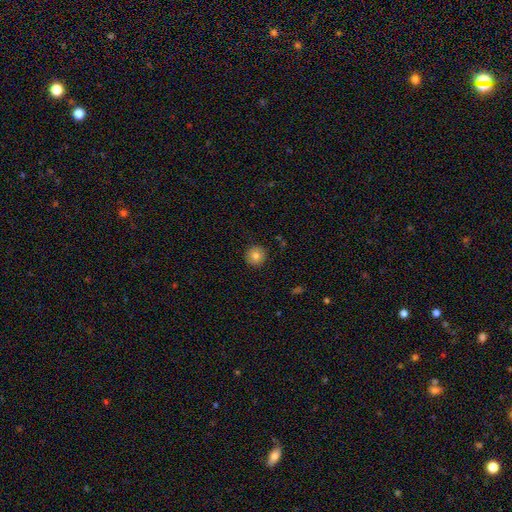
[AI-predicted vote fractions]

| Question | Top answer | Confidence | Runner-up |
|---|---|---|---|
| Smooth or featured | smooth | 82% | star or artifact (10%) |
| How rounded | round | 95% | in between (5%) |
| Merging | none | 91% | minor disturbance (7%) |